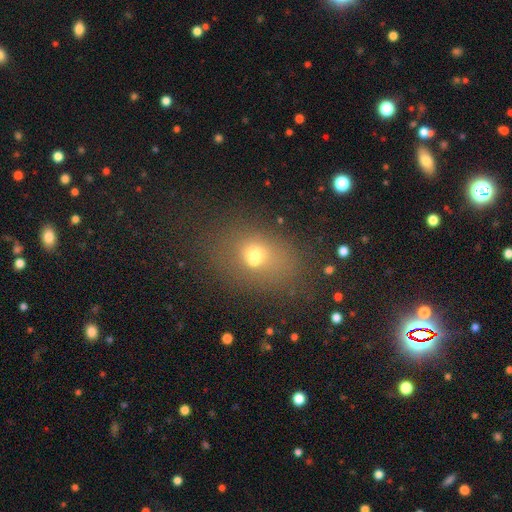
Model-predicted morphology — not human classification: Q: Smooth or featured?
A: smooth (58%); runner-up: featured or disk (22%)
Q: How rounded?
A: in between (65%); runner-up: round (33%)
Q: Merging?
A: none (51%); runner-up: merger (27%)